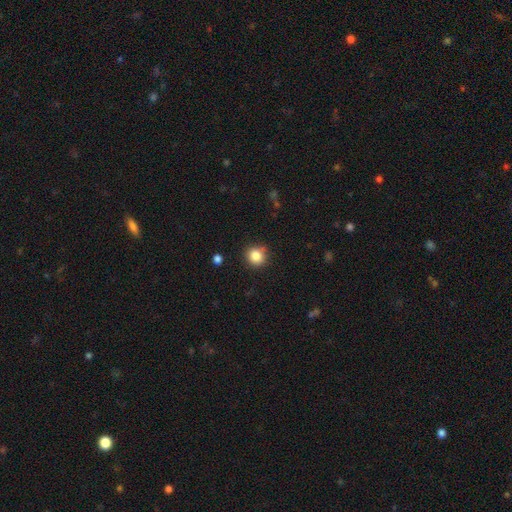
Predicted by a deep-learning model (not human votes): A smooth galaxy with no disk features (84%) that is round (91%). Merging: none (85%).